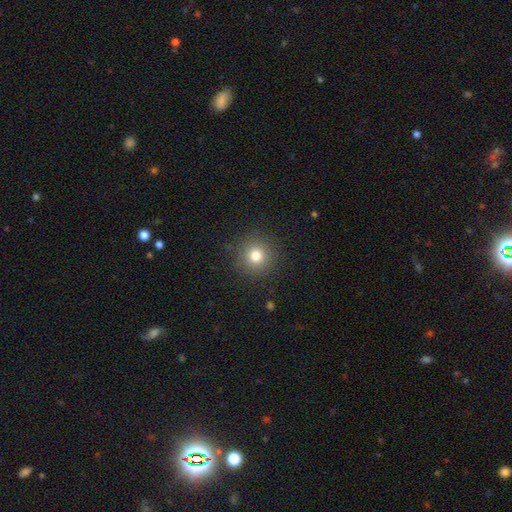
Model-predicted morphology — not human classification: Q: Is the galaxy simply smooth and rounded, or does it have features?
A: smooth — 80%.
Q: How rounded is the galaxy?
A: round — 94%.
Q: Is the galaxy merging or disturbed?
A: none — 89%.